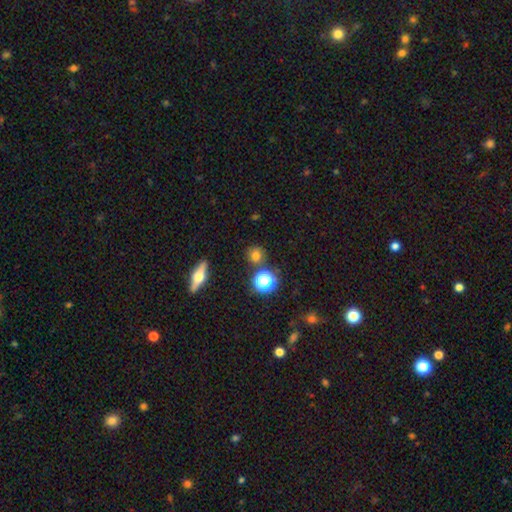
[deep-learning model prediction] Smooth or featured? Predicted: smooth (p=0.72). How rounded? Predicted: round (p=0.89). Merging? Predicted: none (p=0.82).